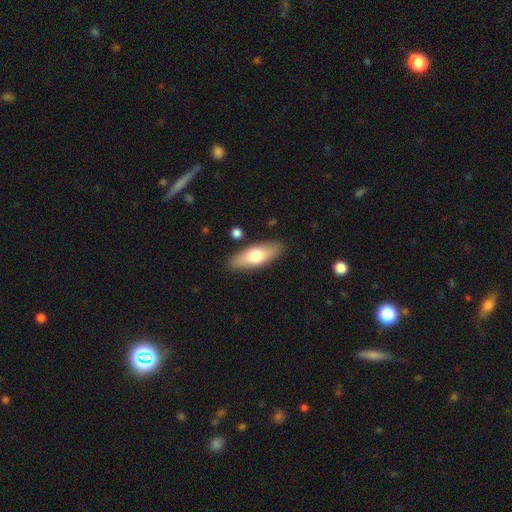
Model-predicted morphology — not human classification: smooth 67%, featured or disk 27%, star or artifact 6%. Down the decision tree: how rounded — in between (66%); merging — none (87%).